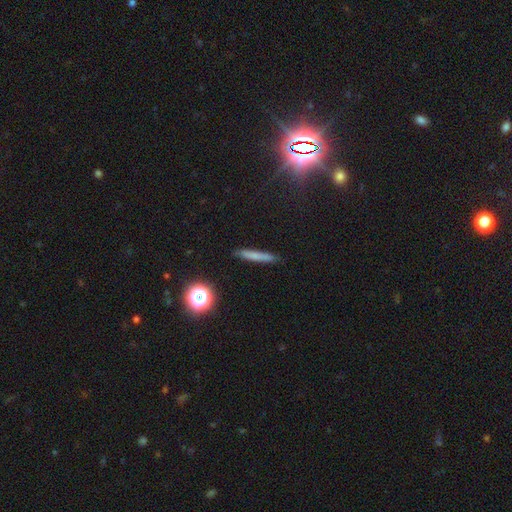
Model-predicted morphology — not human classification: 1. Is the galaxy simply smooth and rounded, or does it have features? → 68% smooth, 21% featured or disk, 11% star or artifact.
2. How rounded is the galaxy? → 92% cigar-shaped, 5% in between, 3% round.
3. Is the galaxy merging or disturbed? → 88% none, 9% minor disturbance, 2% major disturbance, 1% merger.